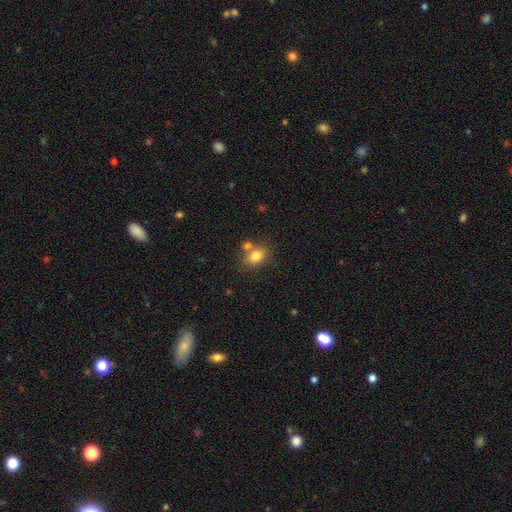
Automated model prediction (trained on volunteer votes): A smooth galaxy with no disk features (80%) that is in between round and cigar-shaped (67%). Merging: none (60%).